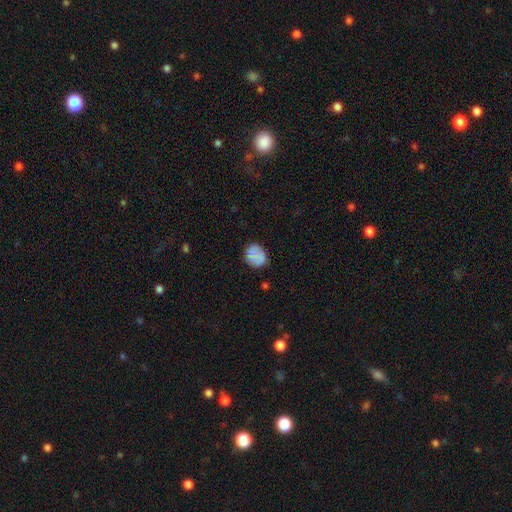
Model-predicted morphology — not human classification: Smooth or featured? Predicted: smooth (p=0.71). How rounded? Predicted: round (p=0.57). Merging? Predicted: none (p=0.77).